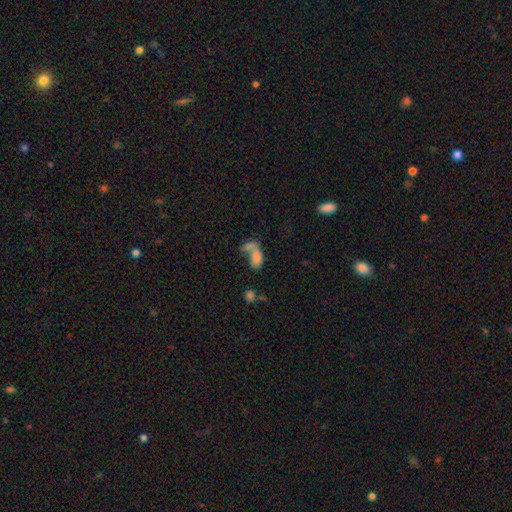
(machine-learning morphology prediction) A smooth galaxy with no disk features (74%) that is in between round and cigar-shaped (86%). Merging: merger (56%).